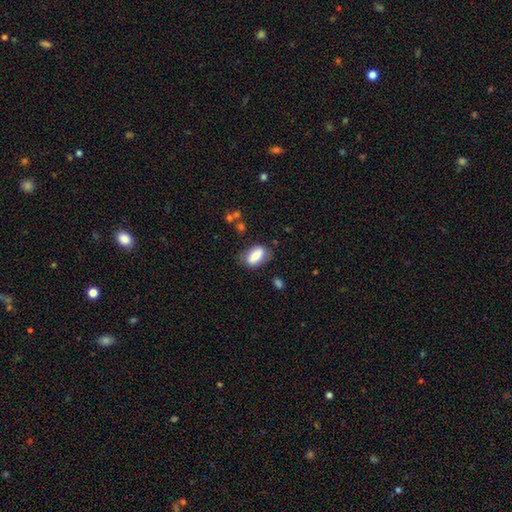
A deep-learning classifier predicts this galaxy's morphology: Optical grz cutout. It shows a smooth galaxy with no disk features (70%) that is in between round and cigar-shaped (88%). Merging: none (72%).